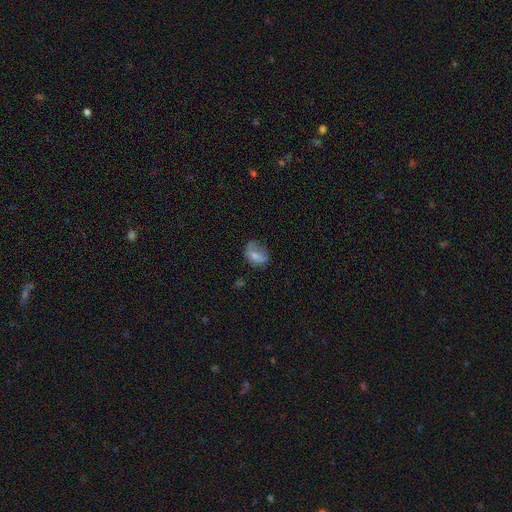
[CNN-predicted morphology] Overall: smooth (65%). How rounded: in between (71%). Merging: none (51%; minor disturbance 31%).